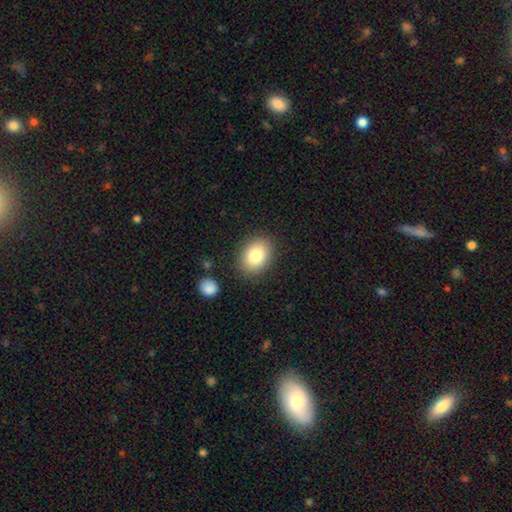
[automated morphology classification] The model was most divided on "how rounded": in between: 67%, round: 32%, cigar-shaped: 1%. More confident: merging — none (85%); smooth or featured — smooth (82%).